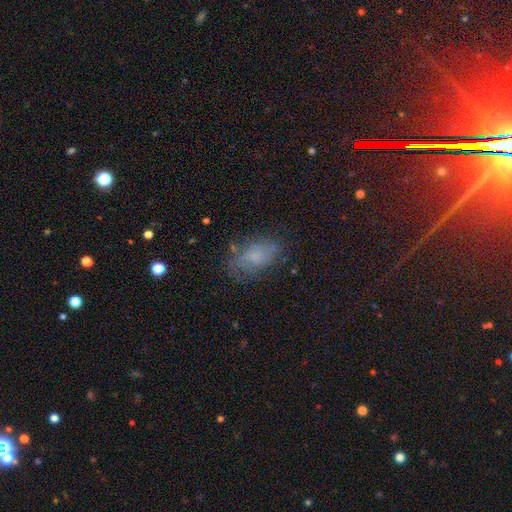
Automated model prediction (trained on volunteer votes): Smooth or featured? Predicted: smooth (p=0.49). Merging? Predicted: none (p=0.60).